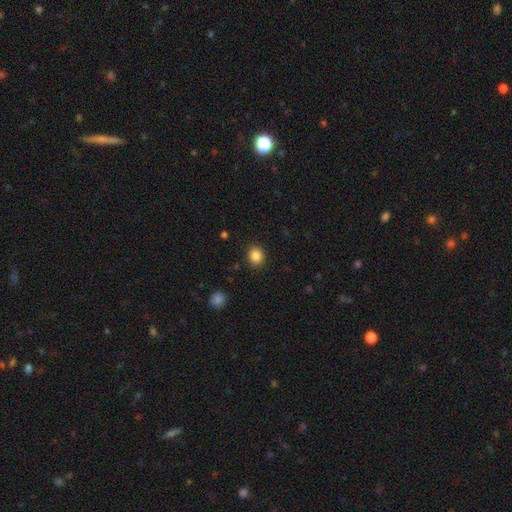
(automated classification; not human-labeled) Smooth or featured?
  - smooth: 86% *
  - star or artifact: 10%
  - featured or disk: 4%
How rounded?
  - round: 69% *
  - in between: 30%
  - cigar-shaped: 1%
Merging?
  - none: 89% *
  - minor disturbance: 7%
  - major disturbance: 2%
  - merger: 1%